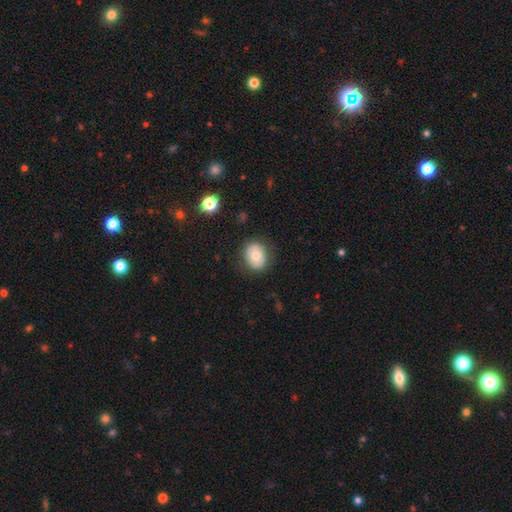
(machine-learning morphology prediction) A smooth galaxy with no disk features (72%) that is round (53%).

Vote fractions:
- Smooth or featured? smooth: 72% / featured or disk: 19% / star or artifact: 9%
- How rounded? round: 53% / in between: 46% / cigar-shaped: 1%
- Merging? none: 82% / minor disturbance: 13% / major disturbance: 4% / merger: 1%